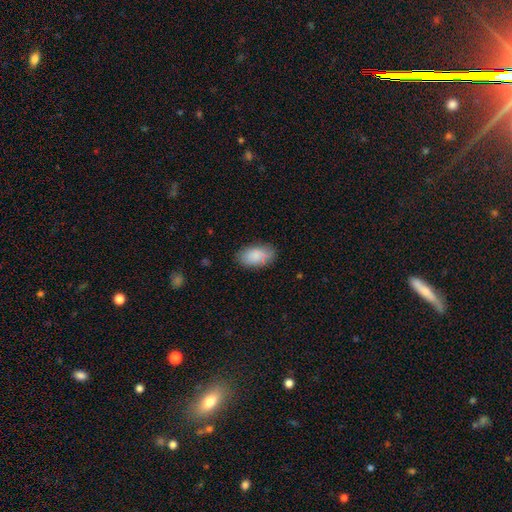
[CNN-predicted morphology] smooth-or-featured: smooth: 83% | featured or disk: 10% | star or artifact: 7%
  how-rounded: in between: 93% | round: 5% | cigar-shaped: 2%
  merging: none: 79% | minor disturbance: 16% | major disturbance: 4% | merger: 2%